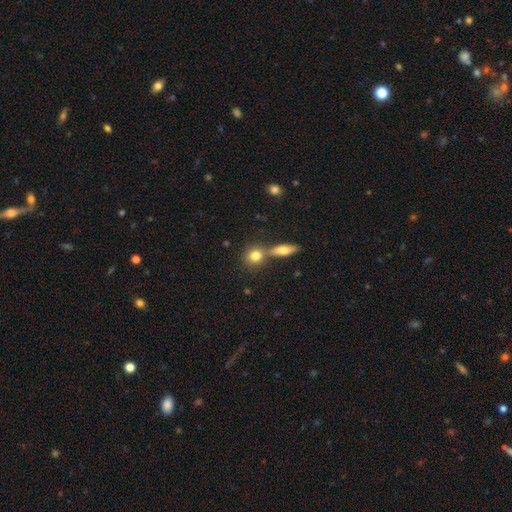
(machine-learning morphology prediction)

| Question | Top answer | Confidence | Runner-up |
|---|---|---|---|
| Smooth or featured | smooth | 80% | featured or disk (11%) |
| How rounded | round | 69% | in between (26%) |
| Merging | none | 53% | merger (35%) |